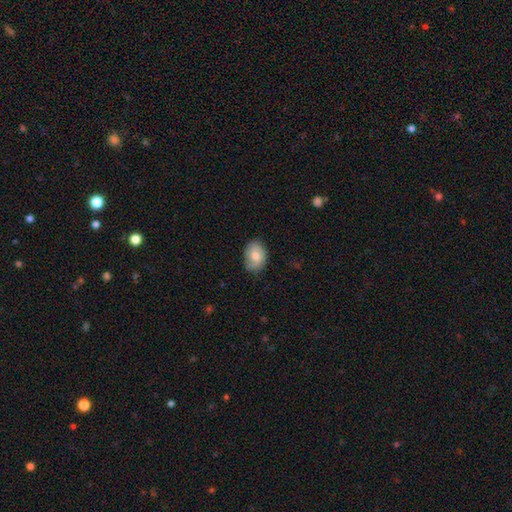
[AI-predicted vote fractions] Overall: smooth (69%). How rounded: in between (76%). Merging: none (75%).